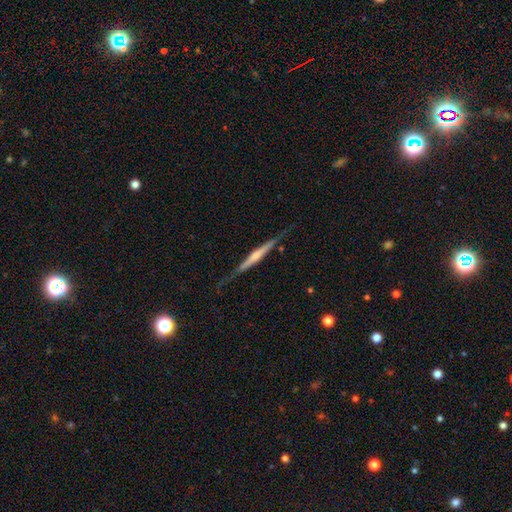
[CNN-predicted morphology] smooth_or_featured: featured or disk (p=0.67) [alt: smooth p=0.28]
disk_edge_on: yes (p=0.96) [alt: no p=0.04]
edge_on_bulge: rounded (p=0.49) [alt: none p=0.36]
merging: none (p=0.74) [alt: minor disturbance p=0.18]